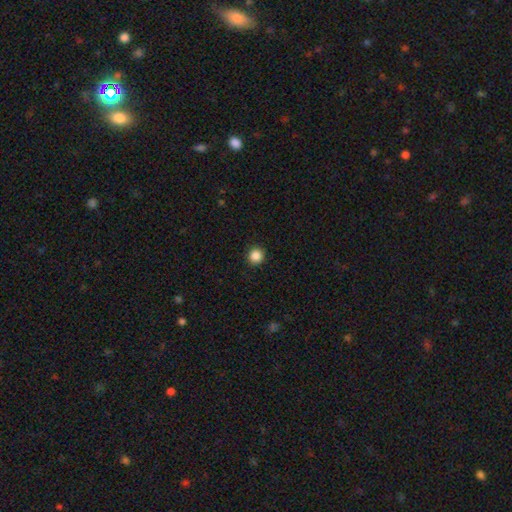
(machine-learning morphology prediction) smooth-or-featured: smooth: 87% | star or artifact: 10% | featured or disk: 3%
  how-rounded: round: 95% | in between: 4% | cigar-shaped: 1%
  merging: none: 93% | minor disturbance: 5% | major disturbance: 2% | merger: 1%